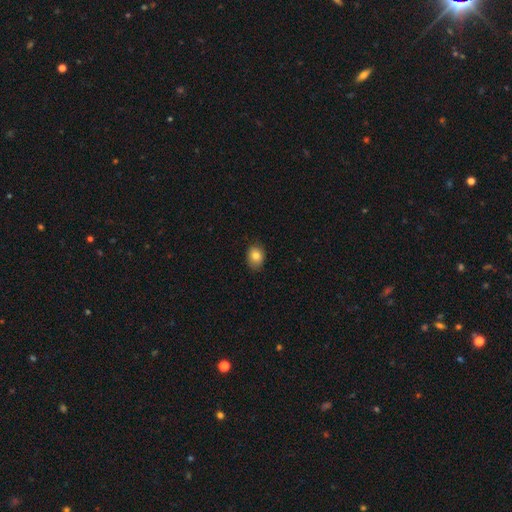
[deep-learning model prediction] smooth 82%, star or artifact 9%, featured or disk 9%. Down the decision tree: how rounded — in between (62%); merging — none (81%).